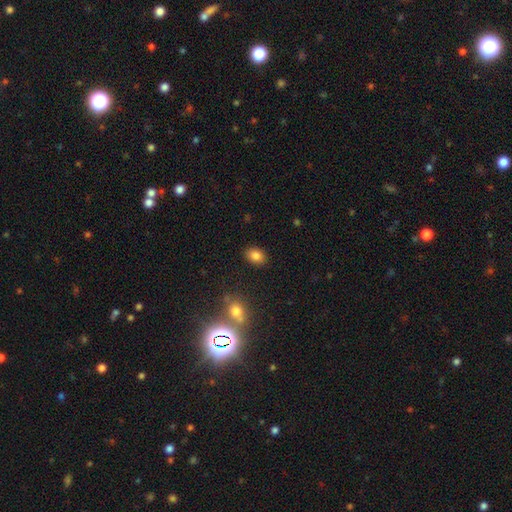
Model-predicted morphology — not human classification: This appears to be a smooth galaxy with no disk features (83%) that is in between round and cigar-shaped (74%). Merging: none (87%).